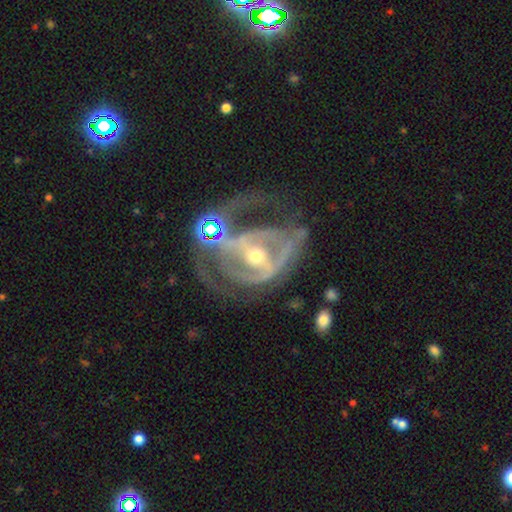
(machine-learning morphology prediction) This appears to be a featured or disk galaxy (86%) with a strong bar (49%), 2 (46%) medium (41%) spiral arms (77%) and a small central bulge (48%, tied with moderate). Merging: major disturbance (38%).